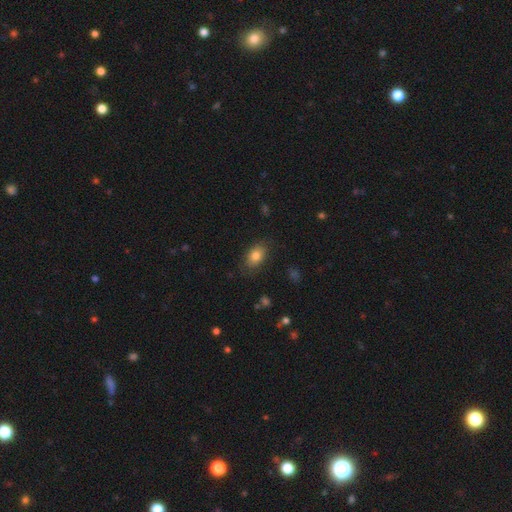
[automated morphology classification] This appears to be a smooth galaxy with no disk features (81%) that is in between round and cigar-shaped (84%). Merging: none (78%).